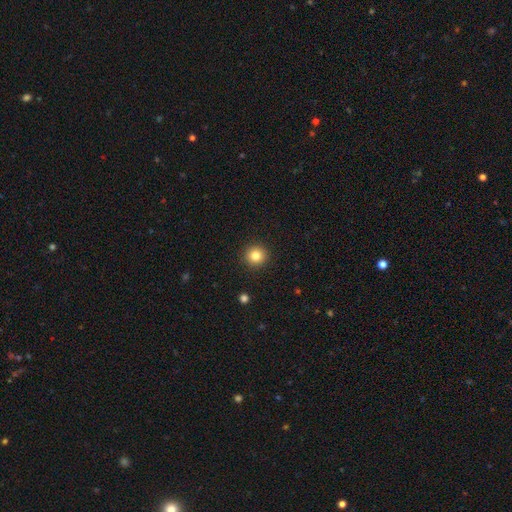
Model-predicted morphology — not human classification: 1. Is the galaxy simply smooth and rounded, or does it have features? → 83% smooth, 11% star or artifact, 6% featured or disk.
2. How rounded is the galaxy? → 94% round, 5% in between, 1% cigar-shaped.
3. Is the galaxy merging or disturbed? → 93% none, 5% minor disturbance, 2% major disturbance, 1% merger.